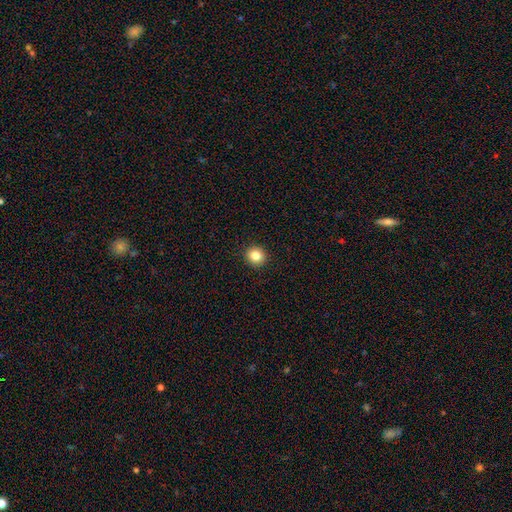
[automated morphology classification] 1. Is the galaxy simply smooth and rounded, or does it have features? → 84% smooth, 11% star or artifact, 6% featured or disk.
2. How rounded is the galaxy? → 88% round, 11% in between, 1% cigar-shaped.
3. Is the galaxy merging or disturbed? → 93% none, 5% minor disturbance, 2% major disturbance, 1% merger.